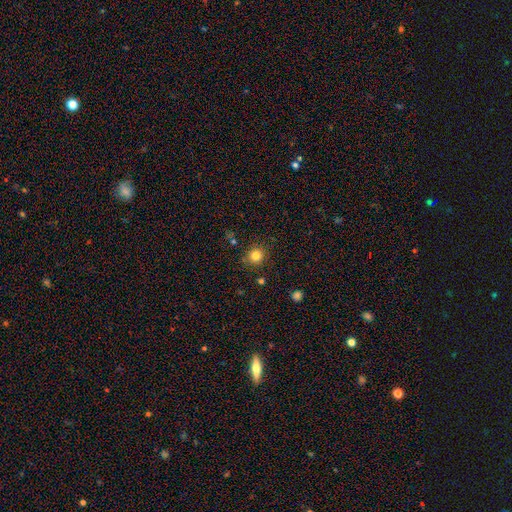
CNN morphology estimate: smooth-or-featured: smooth: 81% | star or artifact: 13% | featured or disk: 6%
  how-rounded: round: 90% | in between: 9% | cigar-shaped: 1%
  merging: none: 87% | minor disturbance: 8% | major disturbance: 3% | merger: 2%